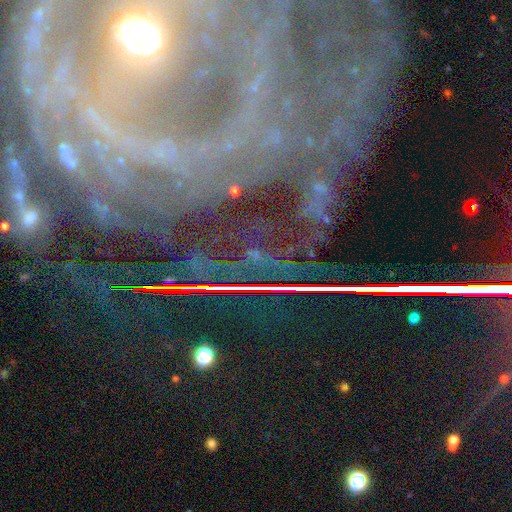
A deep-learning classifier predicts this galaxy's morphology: This is possibly a star or artifact rather than a galaxy (58%).